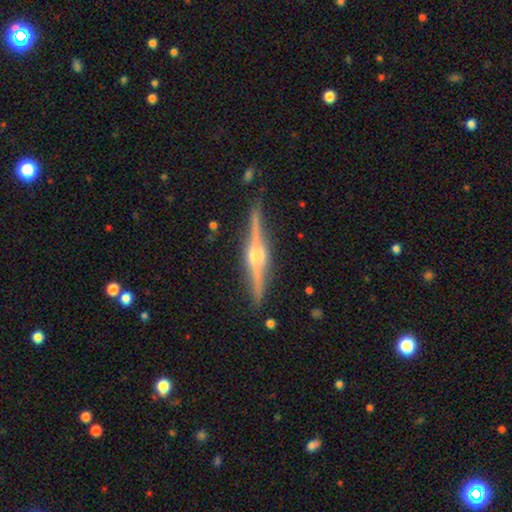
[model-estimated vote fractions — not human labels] Overall: featured or disk (86%). Edge-on disk: yes (98%). Edge-on bulge: rounded (91%). Merging: none (88%).